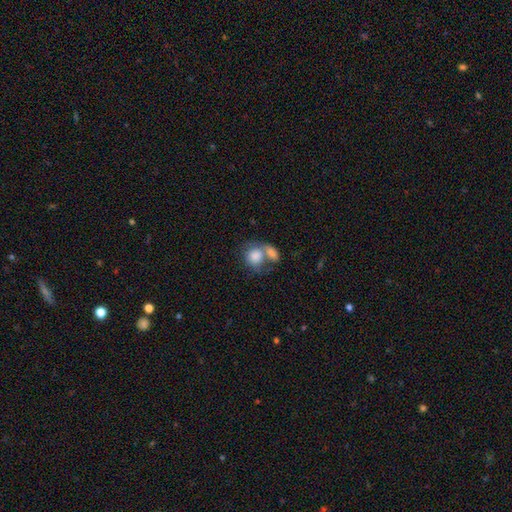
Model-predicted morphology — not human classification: A smooth galaxy with no disk features (76%) that is round (59%). Merging: merger (61%).